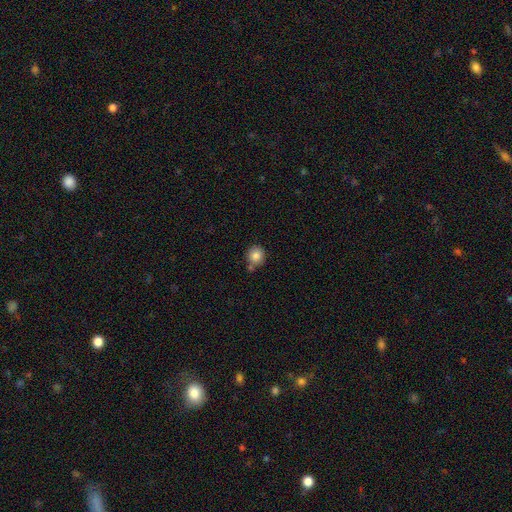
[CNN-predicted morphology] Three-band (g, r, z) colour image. It shows a smooth galaxy with no disk features (84%) that is round (87%). Merging: none (68%).